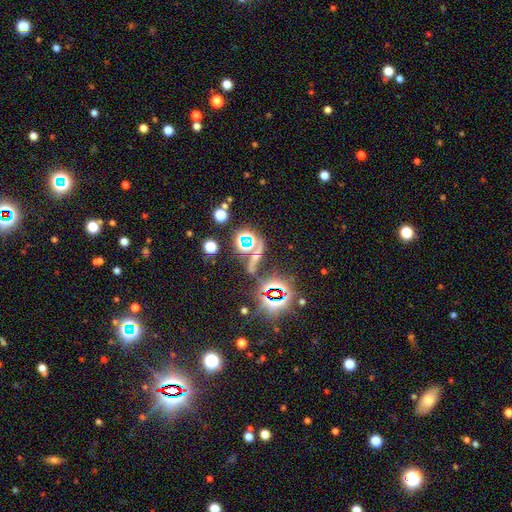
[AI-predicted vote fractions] smooth-or-featured: star or artifact: 59% | smooth: 24% | featured or disk: 17%